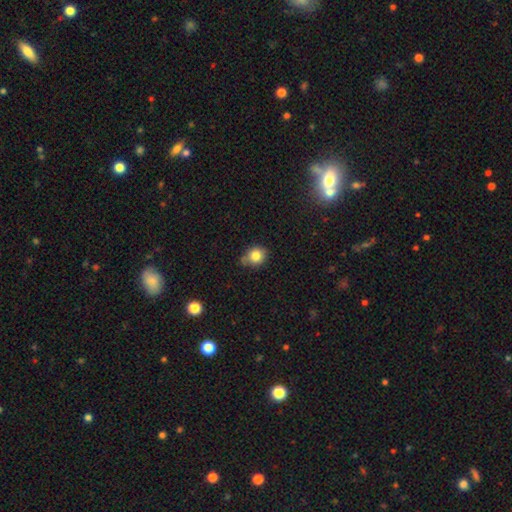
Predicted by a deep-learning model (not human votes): Smooth or featured?
  - smooth: 82% *
  - star or artifact: 10%
  - featured or disk: 8%
How rounded?
  - round: 70% *
  - in between: 29%
  - cigar-shaped: 1%
Merging?
  - none: 61% *
  - minor disturbance: 28%
  - merger: 6%
  - major disturbance: 5%